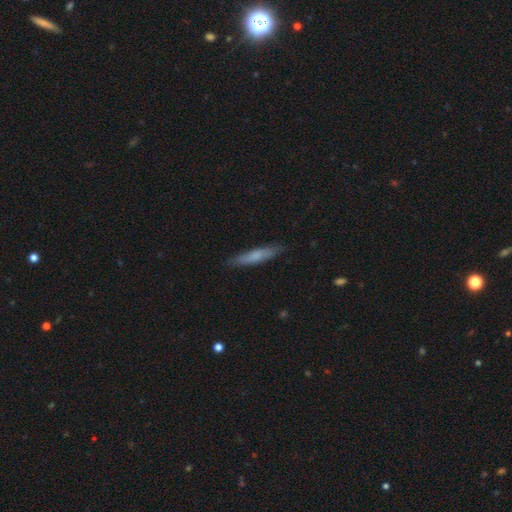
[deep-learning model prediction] A smooth galaxy with no disk features (68%) that is cigar-shaped (88%). Merging: none (86%).